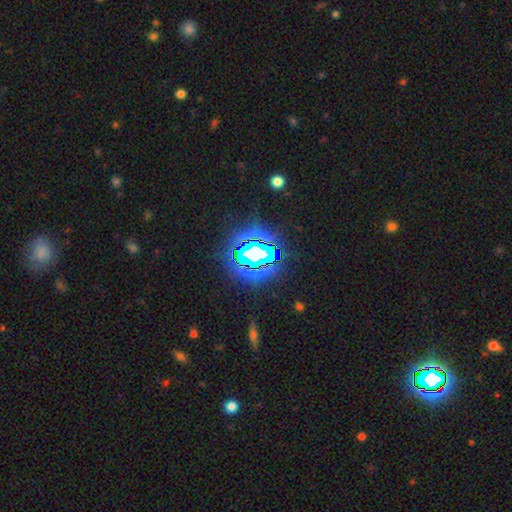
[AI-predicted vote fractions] smooth-or-featured: star or artifact: 75% | smooth: 13% | featured or disk: 12%